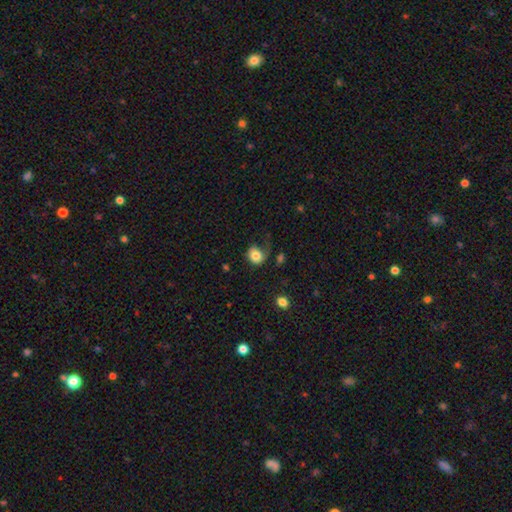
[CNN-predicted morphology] A smooth galaxy with no disk features (77%) that is round (68%). Merging: none (42%).